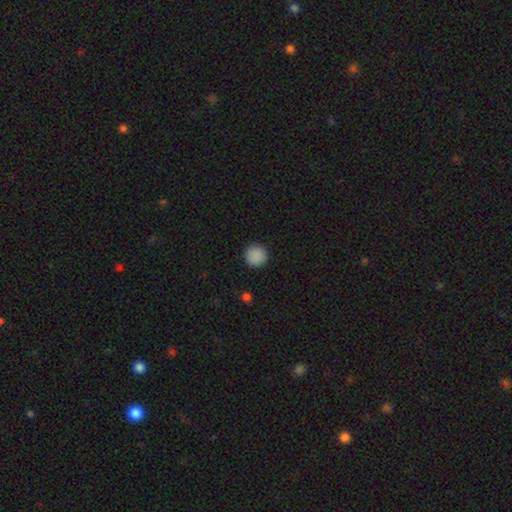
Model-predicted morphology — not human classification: Q: Smooth or featured?
A: smooth (89%); runner-up: star or artifact (9%)
Q: How rounded?
A: round (96%); runner-up: in between (4%)
Q: Merging?
A: none (92%); runner-up: minor disturbance (5%)